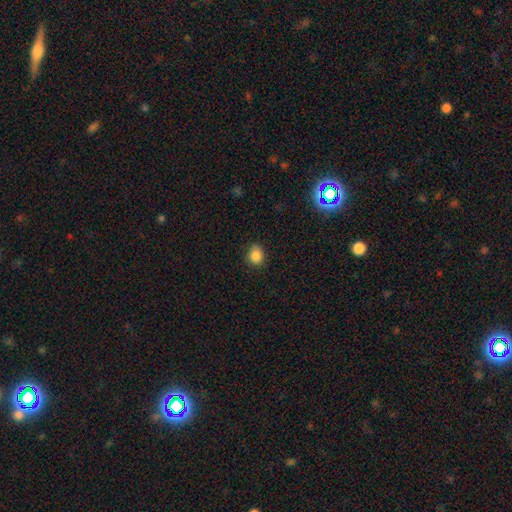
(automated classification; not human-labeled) A smooth galaxy with no disk features (86%) that is round (61%).

Vote fractions:
- Smooth or featured? smooth: 86% / star or artifact: 10% / featured or disk: 4%
- How rounded? round: 61% / in between: 38% / cigar-shaped: 1%
- Merging? none: 73% / minor disturbance: 22% / major disturbance: 4% / merger: 1%